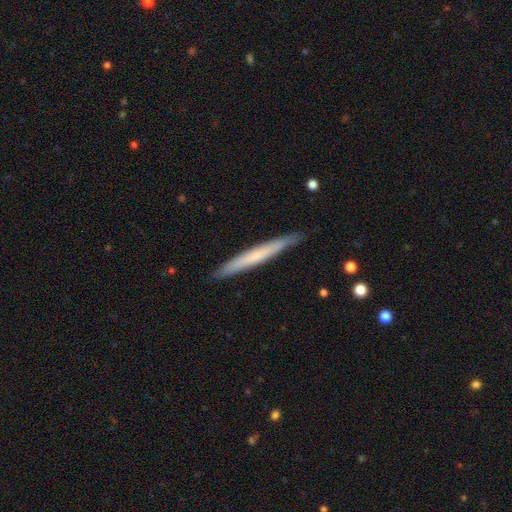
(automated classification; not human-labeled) This appears to be a smooth galaxy with no disk features (57%) that is cigar-shaped (97%). Merging: none (89%).